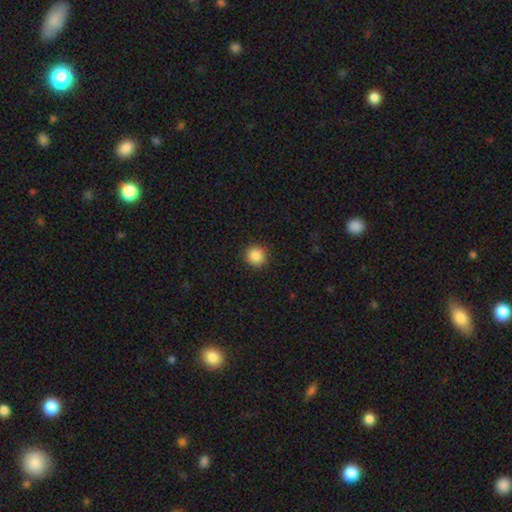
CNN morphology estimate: Q: Smooth or featured?
A: smooth (87%); runner-up: star or artifact (10%)
Q: How rounded?
A: round (94%); runner-up: in between (5%)
Q: Merging?
A: none (92%); runner-up: minor disturbance (5%)